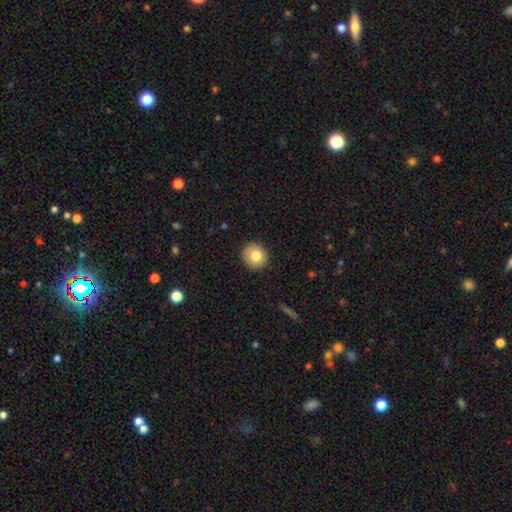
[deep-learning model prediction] Smooth or featured? smooth (80%)
How rounded? round (85%)
Merging? none (89%)